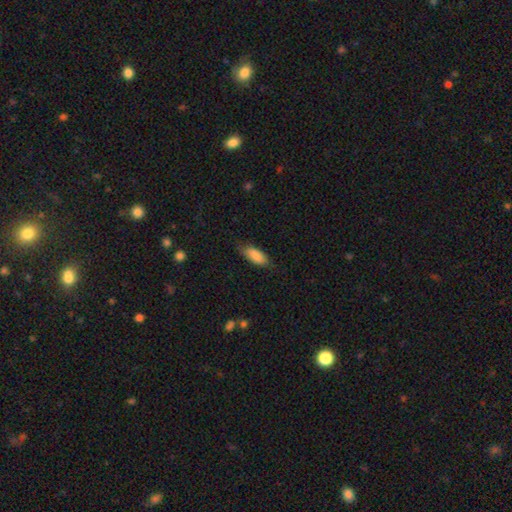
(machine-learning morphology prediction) Smooth or featured?
  - smooth: 85% *
  - featured or disk: 9%
  - star or artifact: 6%
How rounded?
  - in between: 82% *
  - cigar-shaped: 16%
  - round: 2%
Merging?
  - none: 69% *
  - minor disturbance: 25%
  - major disturbance: 5%
  - merger: 1%